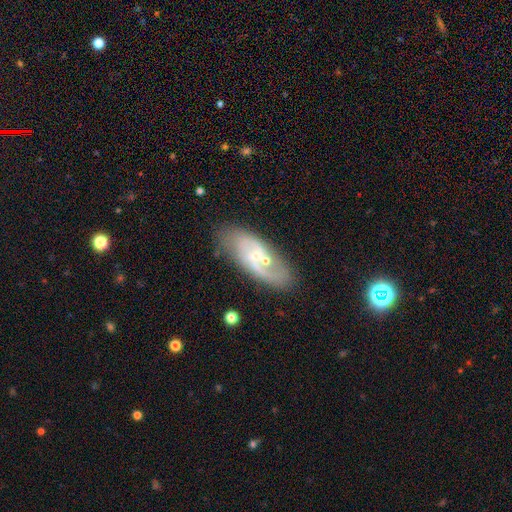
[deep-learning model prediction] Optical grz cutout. It shows a featured or disk galaxy (75%) with no bar (50%), 2 (80%) loose (42%) spiral arms (86%) and a small central bulge (69%). Merging: none (68%).